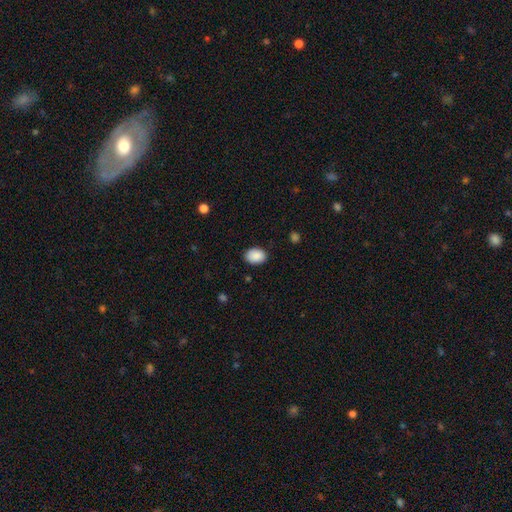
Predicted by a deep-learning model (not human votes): This is clearly a smooth galaxy (90%). How rounded: clearly in between (80%). Merging: clearly none (87%).